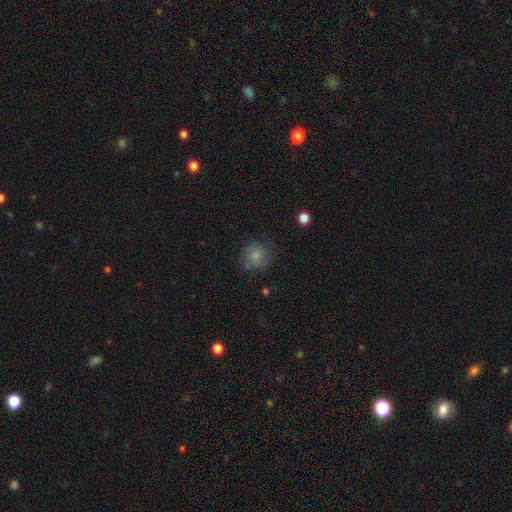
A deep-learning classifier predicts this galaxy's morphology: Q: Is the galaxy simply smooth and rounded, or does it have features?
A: smooth — 79%.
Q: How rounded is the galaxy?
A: round — 84%.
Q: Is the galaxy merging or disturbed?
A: none — 73%.